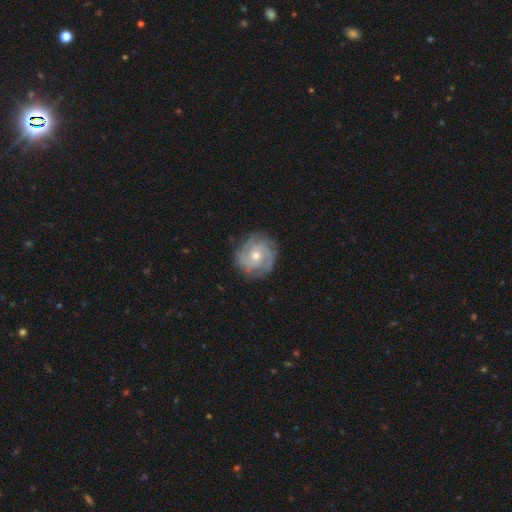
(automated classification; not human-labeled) Smooth or featured?
  - featured or disk: 87% *
  - smooth: 7%
  - star or artifact: 5%
Edge-on disk?
  - no: 98% *
  - yes: 2%
Bar?
  - no: 71% *
  - weak: 24%
  - strong: 5%
Spiral arms?
  - yes: 98% *
  - no: 2%
Spiral winding?
  - tight: 69% *
  - medium: 27%
  - loose: 4%
Spiral arm count?
  - 3: 43% *
  - 2: 24%
  - can't tell: 14%
  - 4: 10%
  - more than 4: 5%
  - 1: 5%
Bulge size?
  - moderate: 57% *
  - small: 40%
  - large: 2%
  - none: 1%
  - dominant: 1%
Merging?
  - none: 84% *
  - minor disturbance: 12%
  - major disturbance: 3%
  - merger: 1%